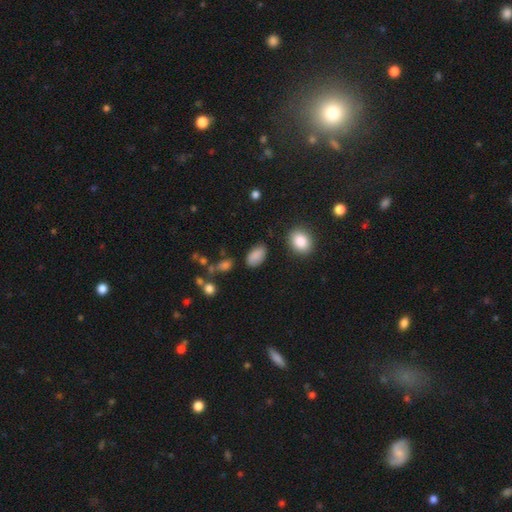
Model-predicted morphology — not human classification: smooth 86%, star or artifact 9%, featured or disk 5%. Down the decision tree: how rounded — in between (93%); merging — none (81%).